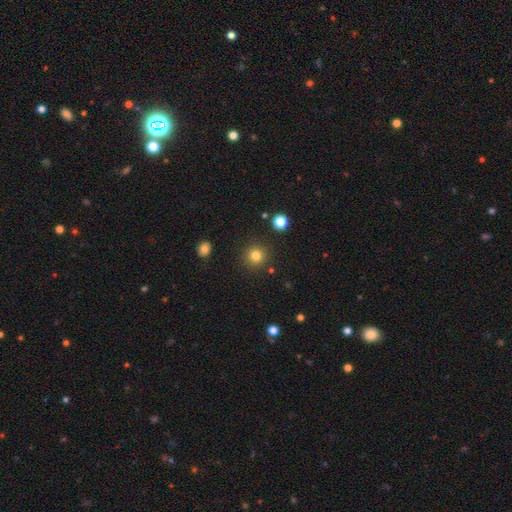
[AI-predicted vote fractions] Q: Smooth or featured?
A: smooth (82%); runner-up: star or artifact (13%)
Q: How rounded?
A: round (94%); runner-up: in between (5%)
Q: Merging?
A: none (89%); runner-up: minor disturbance (6%)